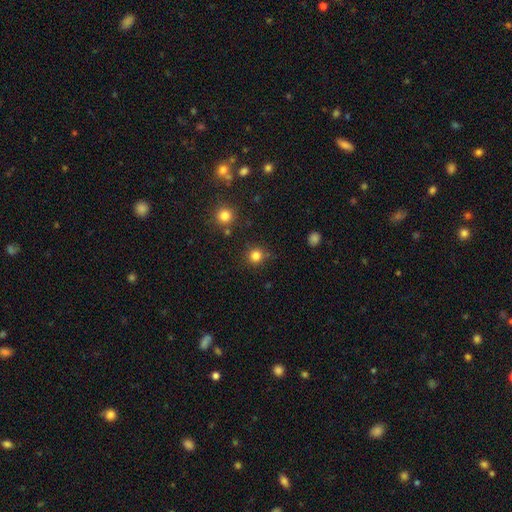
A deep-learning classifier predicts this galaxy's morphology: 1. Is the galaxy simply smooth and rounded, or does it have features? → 82% smooth, 14% star or artifact, 5% featured or disk.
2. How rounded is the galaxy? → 93% round, 6% in between, 1% cigar-shaped.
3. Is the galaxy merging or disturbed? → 85% none, 8% minor disturbance, 4% merger, 3% major disturbance.